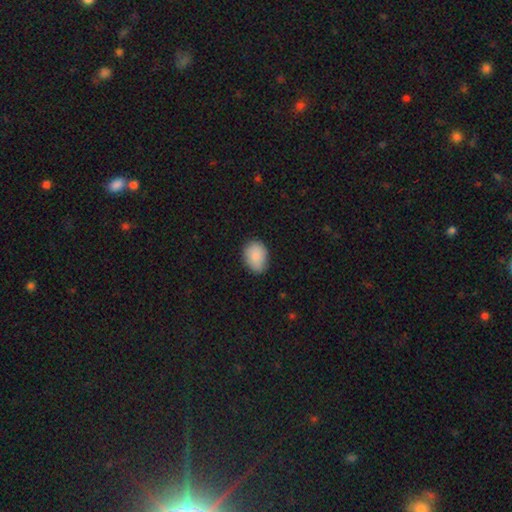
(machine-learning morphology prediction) The model was most divided on "how rounded": in between: 70%, round: 28%, cigar-shaped: 1%. More confident: smooth or featured — smooth (86%); merging — none (77%).